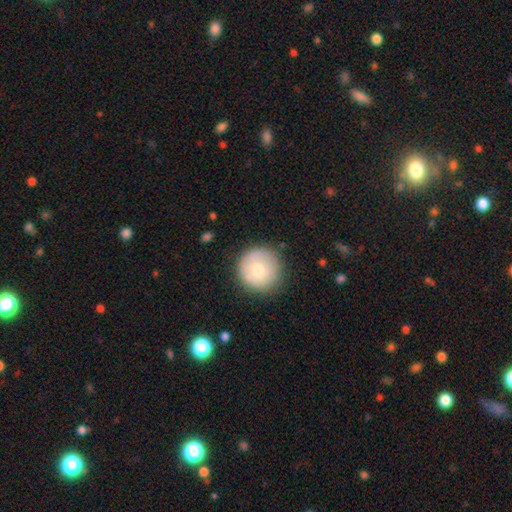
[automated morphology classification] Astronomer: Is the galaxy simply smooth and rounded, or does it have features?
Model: smooth — 70%.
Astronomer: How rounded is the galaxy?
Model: round — 95%.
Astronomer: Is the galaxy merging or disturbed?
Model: none — 84%.